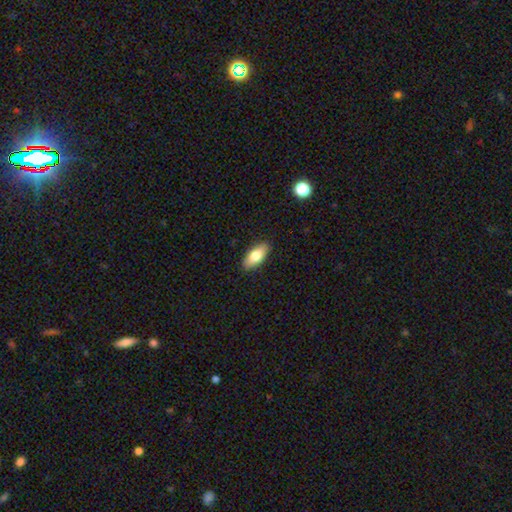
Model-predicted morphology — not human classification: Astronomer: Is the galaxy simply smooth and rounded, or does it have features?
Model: smooth — 77%.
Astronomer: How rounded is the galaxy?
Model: in between — 85%.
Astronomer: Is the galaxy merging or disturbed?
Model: none — 89%.